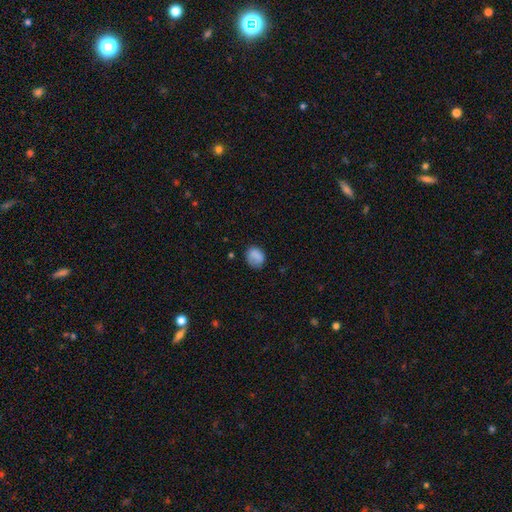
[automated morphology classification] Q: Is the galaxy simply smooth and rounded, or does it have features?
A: smooth — 82%.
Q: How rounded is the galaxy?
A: round — 55%.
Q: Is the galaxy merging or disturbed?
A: none — 67%.